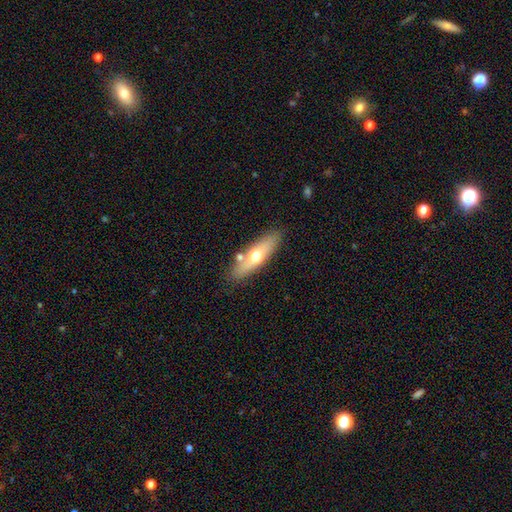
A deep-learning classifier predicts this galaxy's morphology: The model was most divided on "smooth or featured": smooth: 53%, featured or disk: 41%, star or artifact: 6%. More confident: merging — none (78%); how rounded — cigar-shaped (57%).